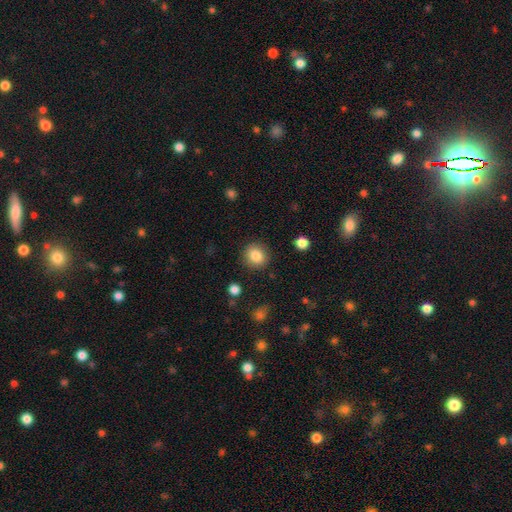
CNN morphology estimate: smooth-or-featured: smooth: 85% | star or artifact: 9% | featured or disk: 5%
  how-rounded: round: 84% | in between: 15% | cigar-shaped: 1%
  merging: none: 88% | minor disturbance: 8% | major disturbance: 3% | merger: 2%